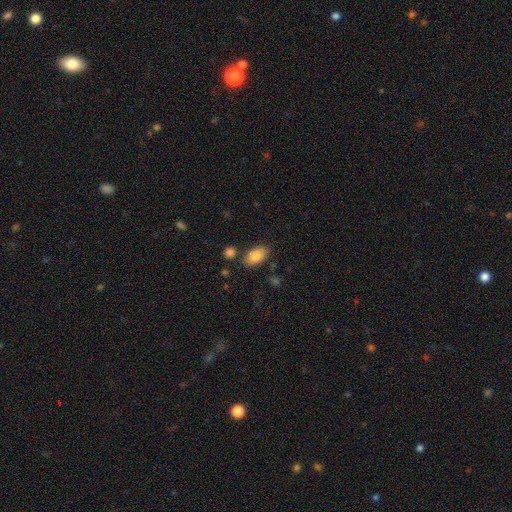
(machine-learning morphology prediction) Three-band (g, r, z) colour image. It shows a smooth galaxy with no disk features (85%) that is in between round and cigar-shaped (93%). Merging: none (79%).